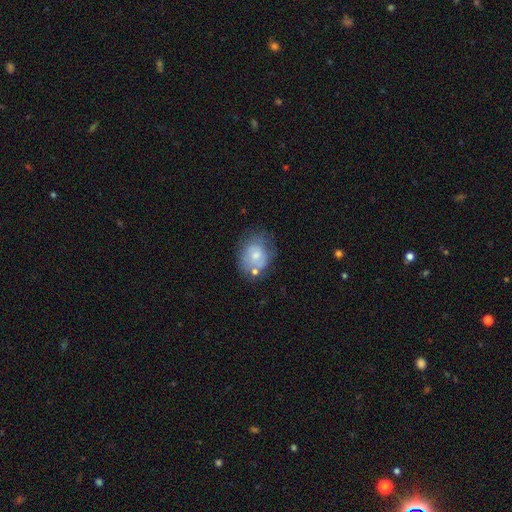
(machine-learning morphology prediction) This appears to be a smooth galaxy with no disk features (58%) that is in between round and cigar-shaped (50%). Merging: none (46%).